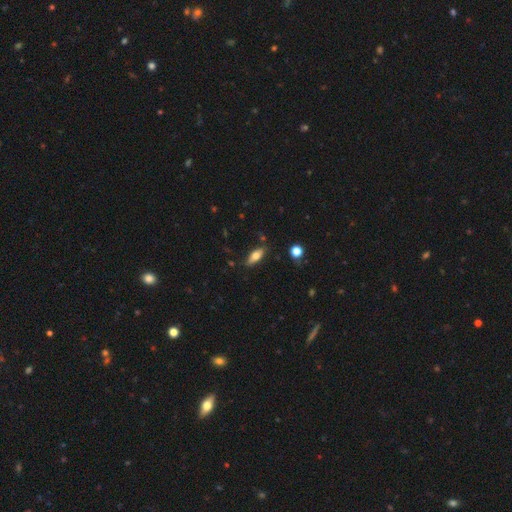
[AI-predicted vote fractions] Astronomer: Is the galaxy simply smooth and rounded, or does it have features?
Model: smooth — 66%.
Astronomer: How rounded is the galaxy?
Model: in between — 72%.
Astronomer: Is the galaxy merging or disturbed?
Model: none — 81%.